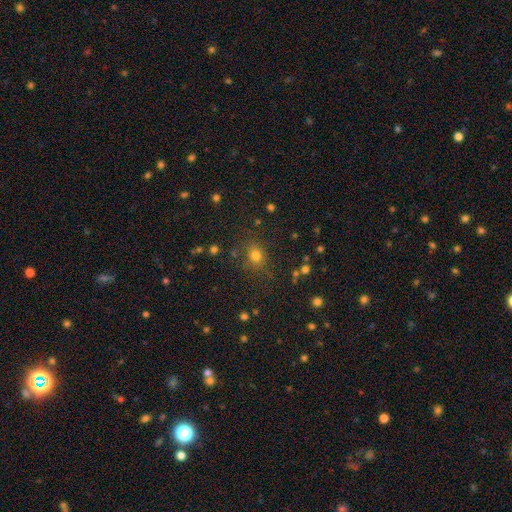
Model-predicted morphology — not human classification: A smooth galaxy with no disk features (71%) that is round (69%). Merging: none (82%).